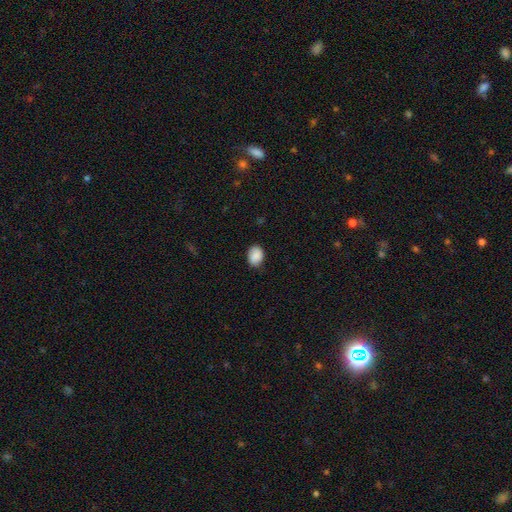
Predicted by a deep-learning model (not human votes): Smooth or featured? smooth (88%)
How rounded? in between (62%)
Merging? none (79%)